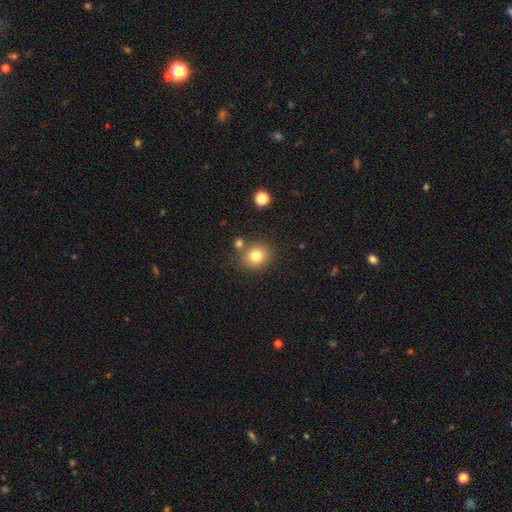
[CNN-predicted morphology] A smooth galaxy with no disk features (80%) that is round (79%).

Vote fractions:
- Smooth or featured? smooth: 80% / star or artifact: 12% / featured or disk: 9%
- How rounded? round: 79% / in between: 20% / cigar-shaped: 1%
- Merging? none: 76% / merger: 11% / minor disturbance: 10% / major disturbance: 3%